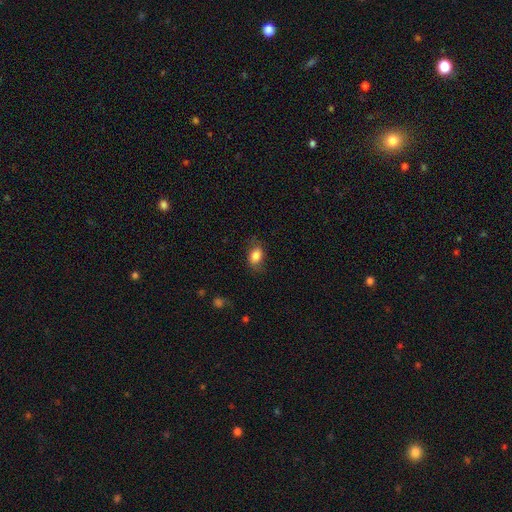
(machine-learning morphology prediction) Smooth or featured: smooth — 82% (featured or disk — 10%)
How rounded: in between — 81% (round — 17%)
Merging: none — 71% (minor disturbance — 20%)